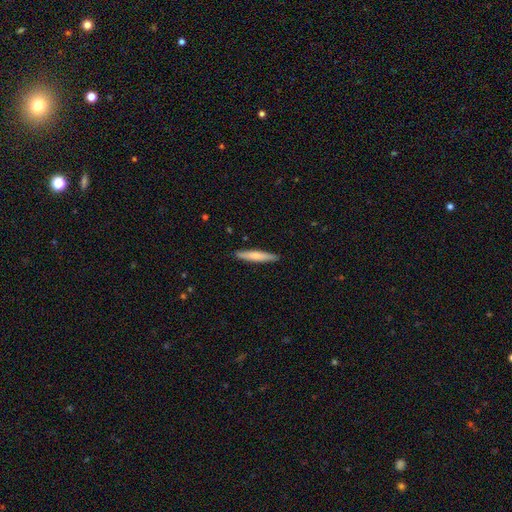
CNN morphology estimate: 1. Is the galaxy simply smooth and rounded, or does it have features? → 69% smooth, 25% featured or disk, 5% star or artifact.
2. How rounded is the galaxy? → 91% cigar-shaped, 8% in between, 1% round.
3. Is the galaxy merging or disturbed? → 89% none, 8% minor disturbance, 1% major disturbance, 1% merger.